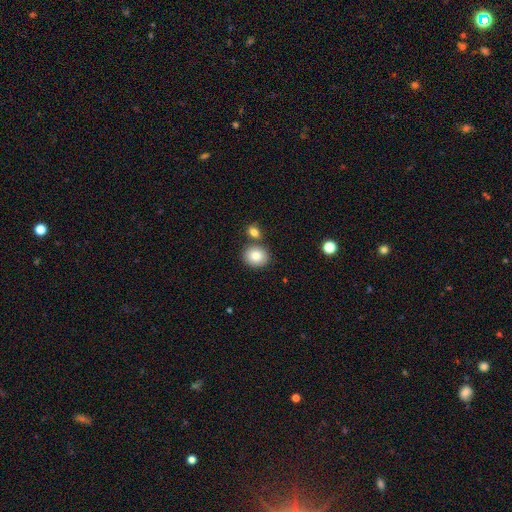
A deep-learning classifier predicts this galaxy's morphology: Smooth or featured? smooth (84%)
How rounded? round (71%)
Merging? none (71%)